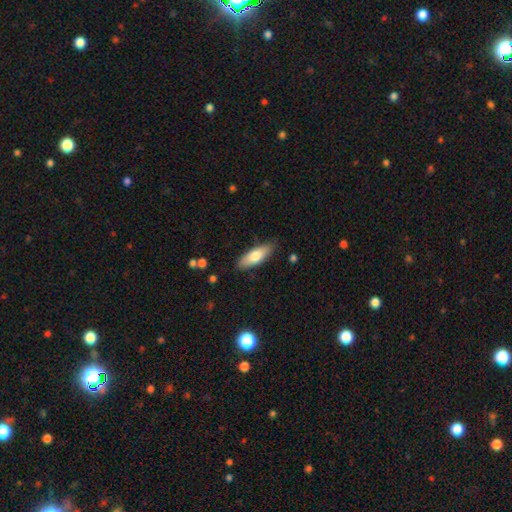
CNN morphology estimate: Overall: smooth (73%). How rounded: in between (63%; cigar-shaped 35%). Merging: none (86%).